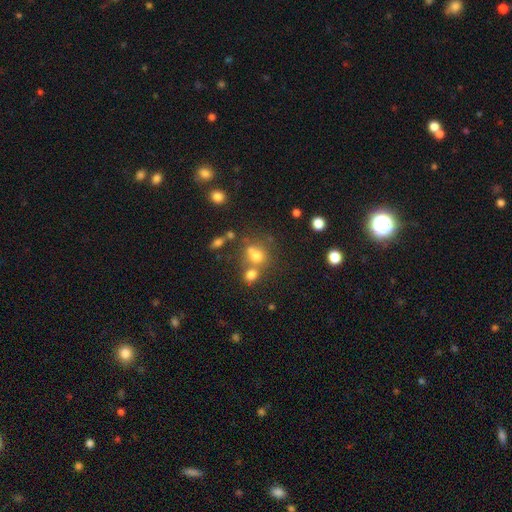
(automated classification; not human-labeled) smooth_or_featured: smooth (p=0.68) [alt: star or artifact p=0.18]
how_rounded: round (p=0.67) [alt: in between p=0.31]
merging: none (p=0.42) [alt: merger p=0.40]